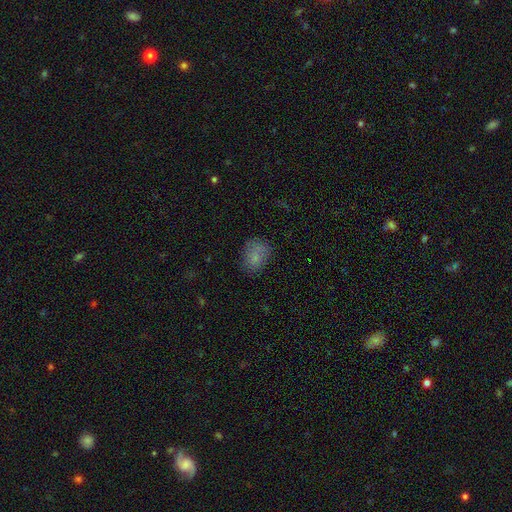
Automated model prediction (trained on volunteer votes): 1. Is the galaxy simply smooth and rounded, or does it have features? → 74% smooth, 14% star or artifact, 11% featured or disk.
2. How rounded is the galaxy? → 61% in between, 37% round, 1% cigar-shaped.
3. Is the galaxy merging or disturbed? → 69% none, 21% minor disturbance, 7% major disturbance, 3% merger.